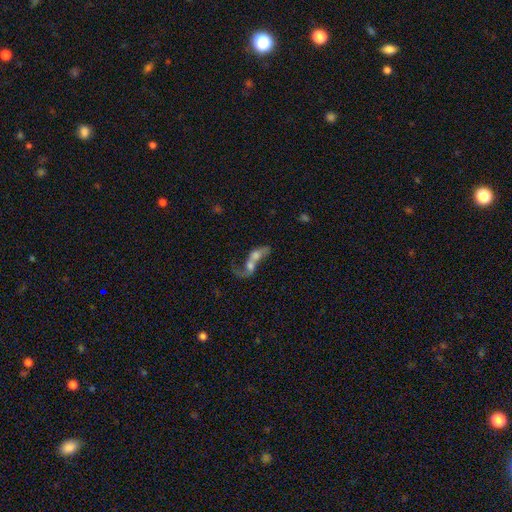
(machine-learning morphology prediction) This is marginally a featured or disk galaxy (45%). Merging: likely merger (76%).